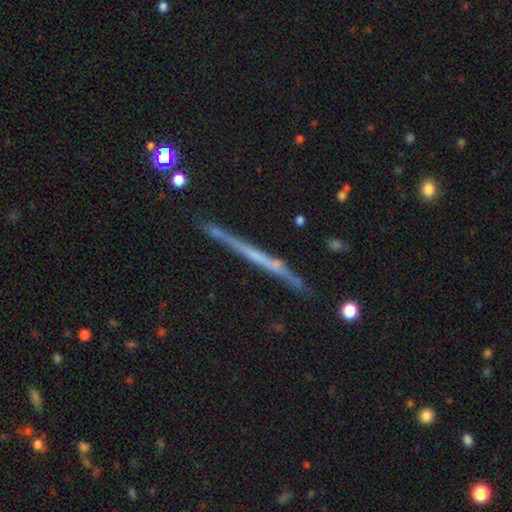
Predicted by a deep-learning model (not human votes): Smooth or featured: featured or disk — 64% (smooth — 29%)
Edge-on disk: yes — 97% (no — 3%)
Edge-on bulge: none — 85% (rounded — 9%)
Merging: none — 84% (minor disturbance — 11%)